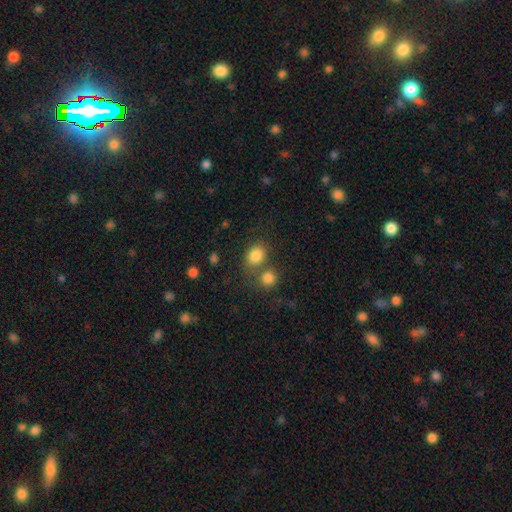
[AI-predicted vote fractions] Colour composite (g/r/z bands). It shows a smooth galaxy with no disk features (83%) that is round (53%). Merging: none (54%).